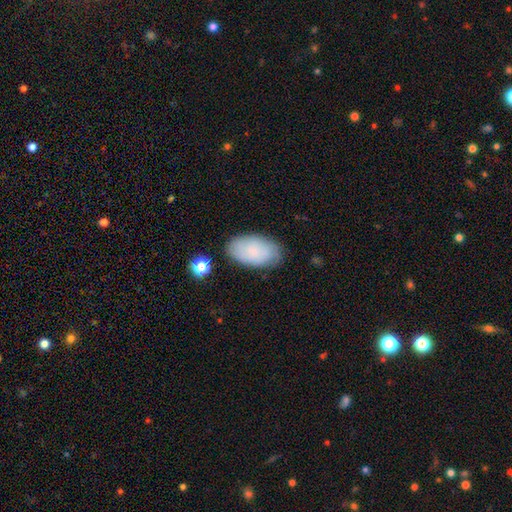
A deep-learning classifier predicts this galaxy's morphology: smooth 76%, featured or disk 16%, star or artifact 8%. Down the decision tree: how rounded — in between (94%); merging — none (79%).